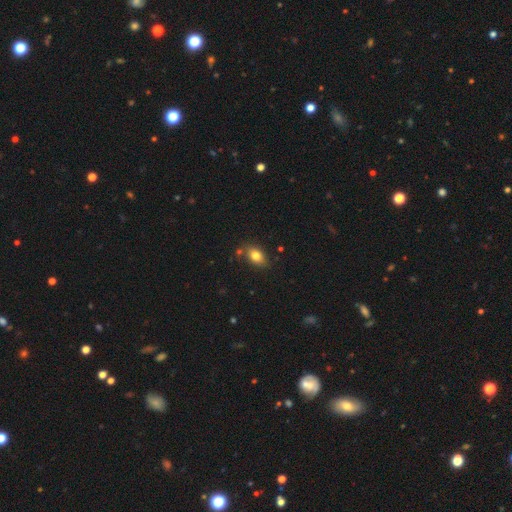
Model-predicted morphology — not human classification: Smooth or featured?
  - smooth: 80% *
  - featured or disk: 10%
  - star or artifact: 10%
How rounded?
  - in between: 81% *
  - round: 17%
  - cigar-shaped: 2%
Merging?
  - none: 77% *
  - minor disturbance: 13%
  - merger: 6%
  - major disturbance: 3%